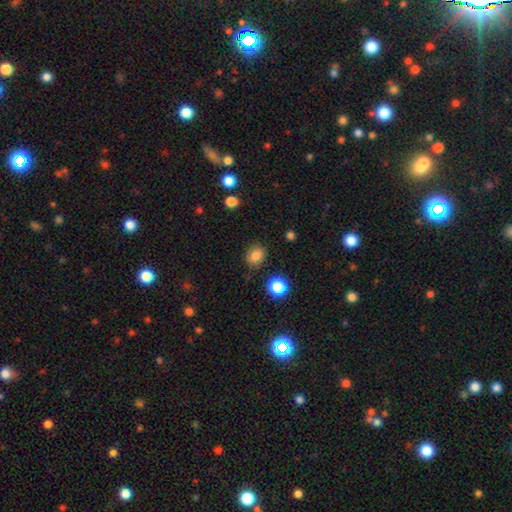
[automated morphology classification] Overall: smooth (83%). How rounded: round (52%; in between 47%). Merging: none (83%).